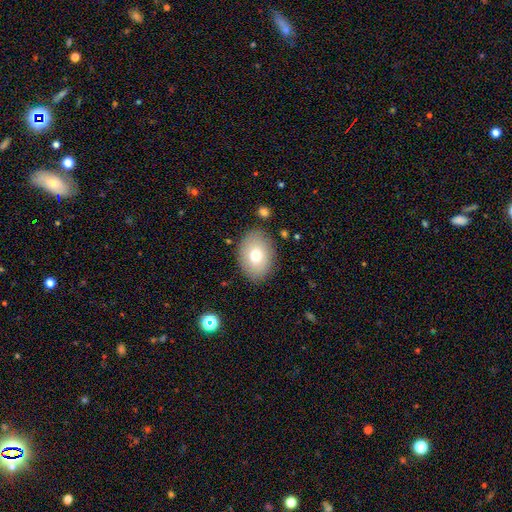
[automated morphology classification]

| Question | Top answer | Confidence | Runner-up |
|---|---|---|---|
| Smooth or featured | smooth | 75% | featured or disk (17%) |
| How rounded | in between | 81% | round (18%) |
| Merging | none | 85% | minor disturbance (10%) |